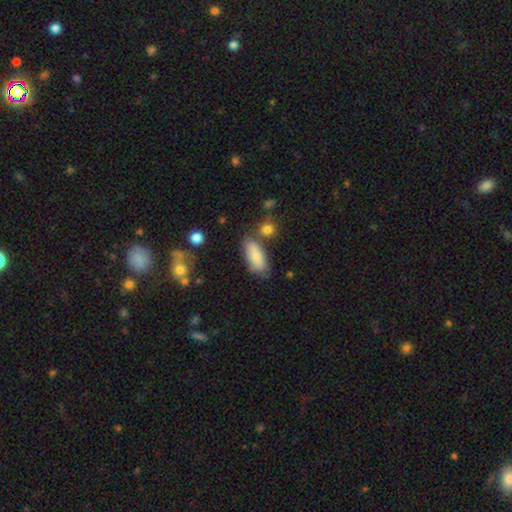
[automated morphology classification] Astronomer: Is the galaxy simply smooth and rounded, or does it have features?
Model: smooth — 83%.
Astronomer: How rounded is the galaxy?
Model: in between — 80%.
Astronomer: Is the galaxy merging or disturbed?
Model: none — 67%.